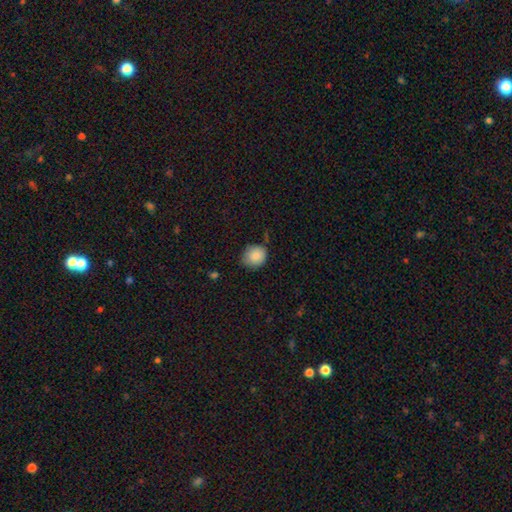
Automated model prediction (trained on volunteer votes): Q: Smooth or featured?
A: smooth (86%); runner-up: star or artifact (8%)
Q: How rounded?
A: round (72%); runner-up: in between (27%)
Q: Merging?
A: none (67%); runner-up: minor disturbance (27%)